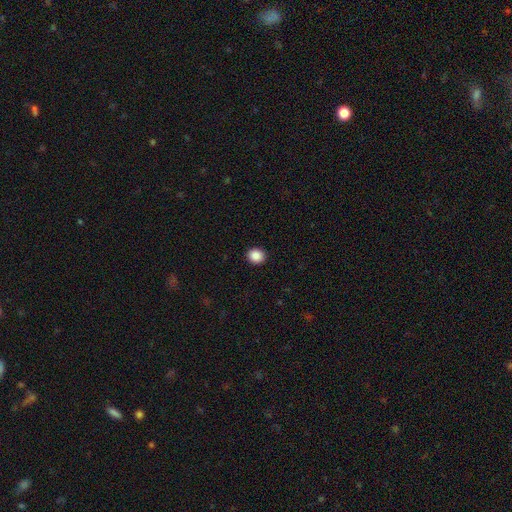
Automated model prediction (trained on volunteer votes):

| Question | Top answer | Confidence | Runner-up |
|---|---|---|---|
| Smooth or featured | smooth | 88% | star or artifact (9%) |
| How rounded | round | 78% | in between (21%) |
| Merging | none | 92% | minor disturbance (5%) |